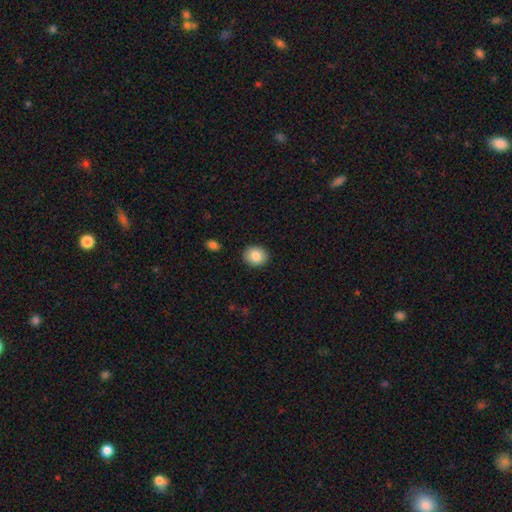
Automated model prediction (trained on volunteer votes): This is clearly a smooth galaxy (85%). How rounded: likely round (63%). Merging: clearly none (90%).